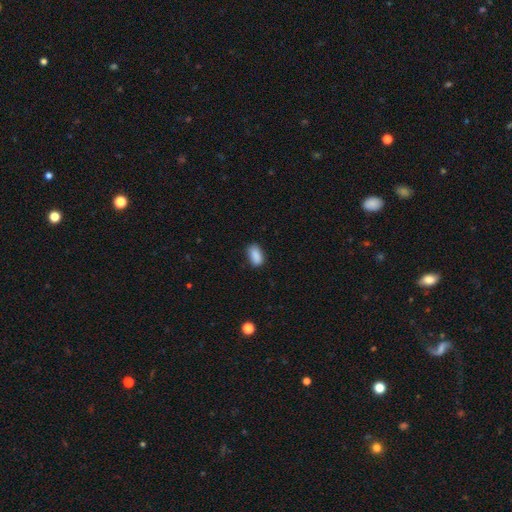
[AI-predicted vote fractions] A smooth galaxy with no disk features (88%) that is in between round and cigar-shaped (89%).

Vote fractions:
- Smooth or featured? smooth: 88% / star or artifact: 8% / featured or disk: 4%
- How rounded? in between: 89% / cigar-shaped: 7% / round: 5%
- Merging? none: 78% / minor disturbance: 17% / major disturbance: 3% / merger: 1%